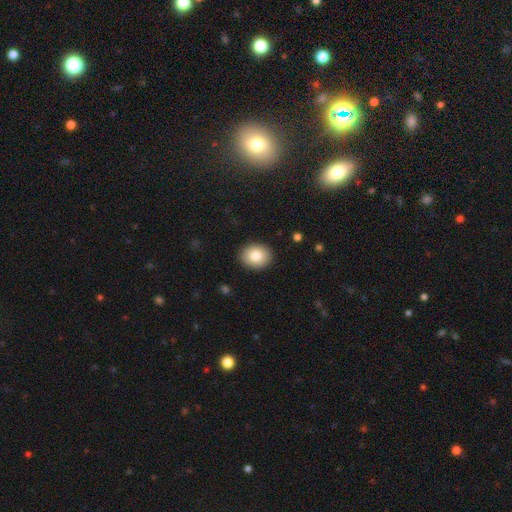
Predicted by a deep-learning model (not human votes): Smooth or featured? smooth (83%)
How rounded? round (55%)
Merging? none (90%)